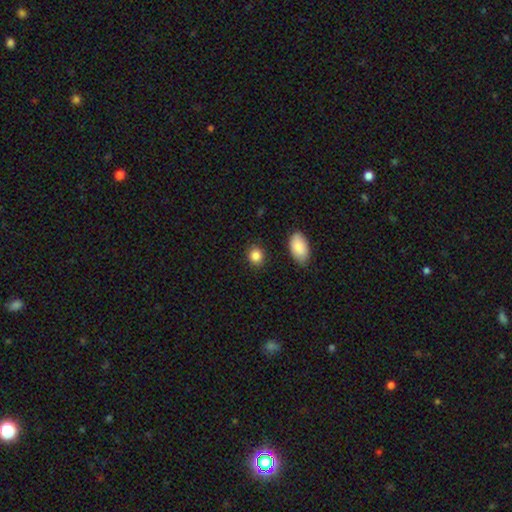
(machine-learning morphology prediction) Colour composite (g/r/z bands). It shows a smooth galaxy with no disk features (87%) that is round (65%). Merging: none (87%).